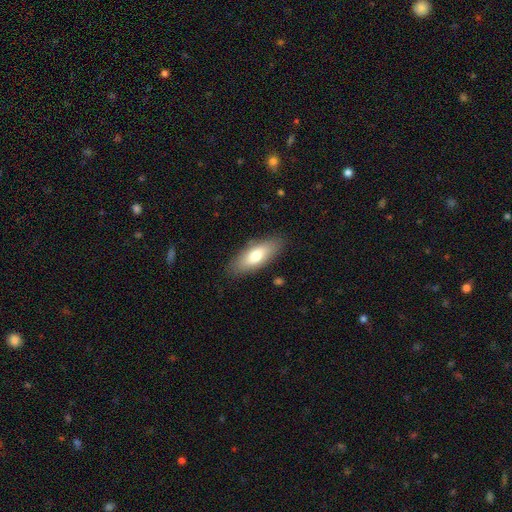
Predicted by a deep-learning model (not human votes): Smooth or featured? Predicted: smooth (p=0.72). How rounded? Predicted: in between (p=0.74). Merging? Predicted: none (p=0.85).